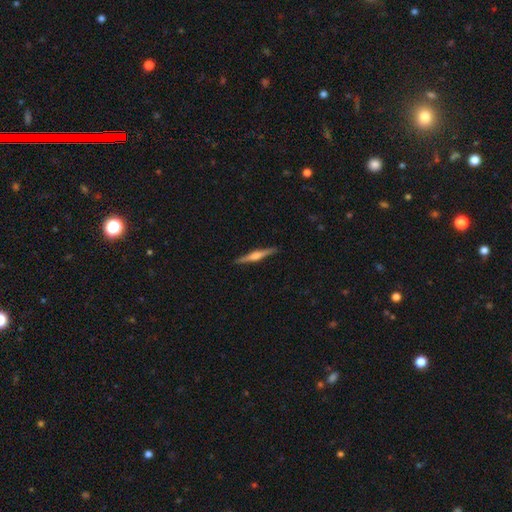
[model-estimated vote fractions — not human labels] A featured or disk galaxy (71%) viewed edge-on (98%) with a rounded central bulge (80%).

Vote fractions:
- Smooth or featured? featured or disk: 71% / smooth: 23% / star or artifact: 5%
- Edge-on disk? yes: 98% / no: 2%
- Edge-on bulge? rounded: 80% / boxy: 14% / none: 6%
- Merging? none: 91% / minor disturbance: 7% / major disturbance: 1% / merger: 1%